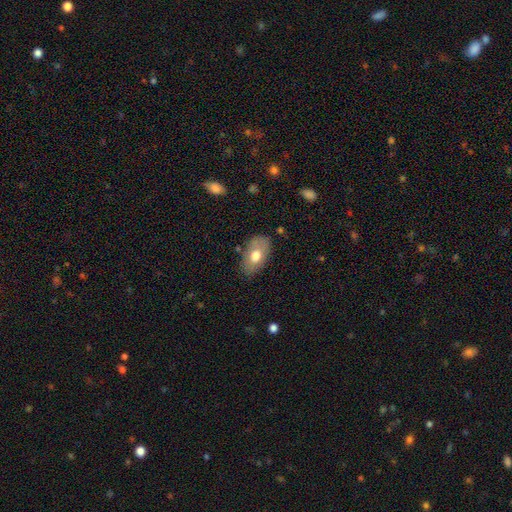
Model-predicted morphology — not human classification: Smooth or featured? Predicted: smooth (p=0.67). How rounded? Predicted: in between (p=0.92). Merging? Predicted: none (p=0.79).